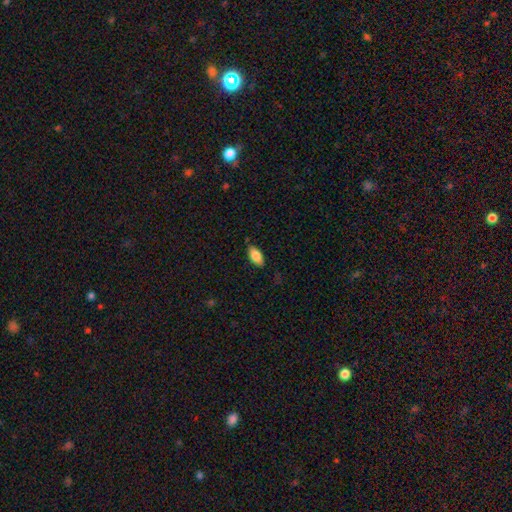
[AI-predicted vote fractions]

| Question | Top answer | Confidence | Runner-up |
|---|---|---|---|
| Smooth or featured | smooth | 83% | featured or disk (10%) |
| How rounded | in between | 90% | cigar-shaped (8%) |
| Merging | none | 83% | minor disturbance (13%) |